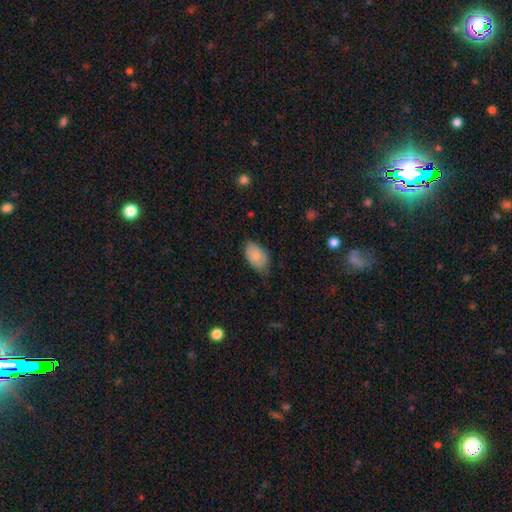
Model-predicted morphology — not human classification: A smooth galaxy with no disk features (82%) that is in between round and cigar-shaped (92%). Merging: none (65%).